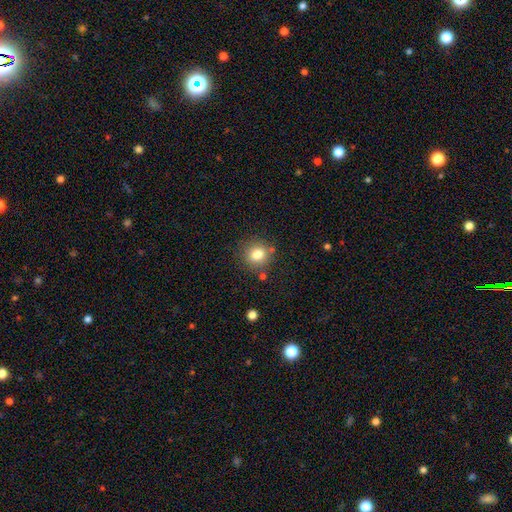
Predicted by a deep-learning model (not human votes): The model was most divided on "how rounded": round: 83%, in between: 16%, cigar-shaped: 1%. More confident: smooth or featured — smooth (81%); merging — none (80%).